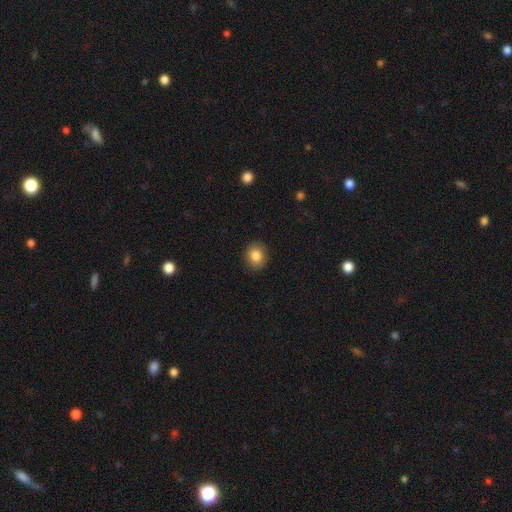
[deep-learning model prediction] This is clearly a smooth galaxy (84%). How rounded: likely round (73%). Merging: clearly none (90%).